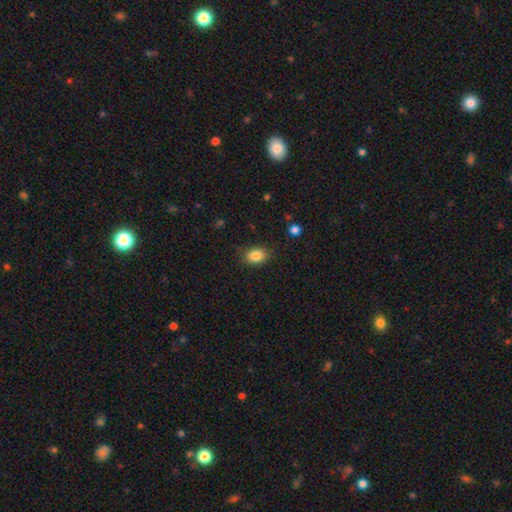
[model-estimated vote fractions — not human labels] The model was most divided on "how rounded": in between: 76%, round: 23%, cigar-shaped: 1%. More confident: smooth or featured — smooth (86%); merging — none (84%).